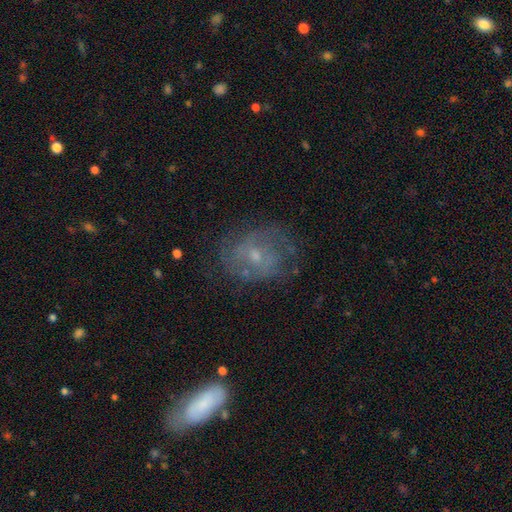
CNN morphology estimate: This appears to be a featured or disk galaxy (67%) with no bar (62%), spiral arms (73%) and a small central bulge (56%). Merging: none (65%).